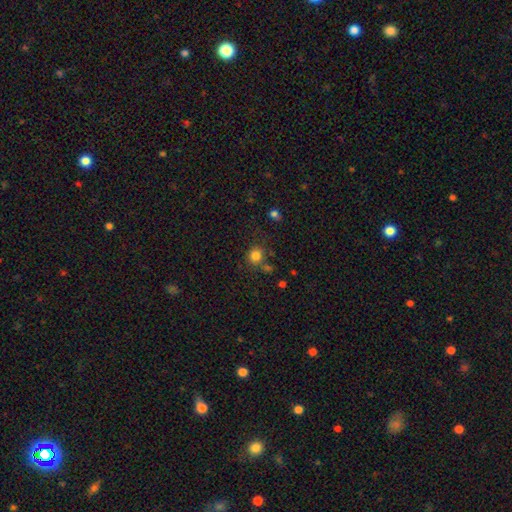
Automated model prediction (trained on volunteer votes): Smooth or featured: smooth — 82% (star or artifact — 13%)
How rounded: round — 85% (in between — 15%)
Merging: none — 71% (minor disturbance — 13%)